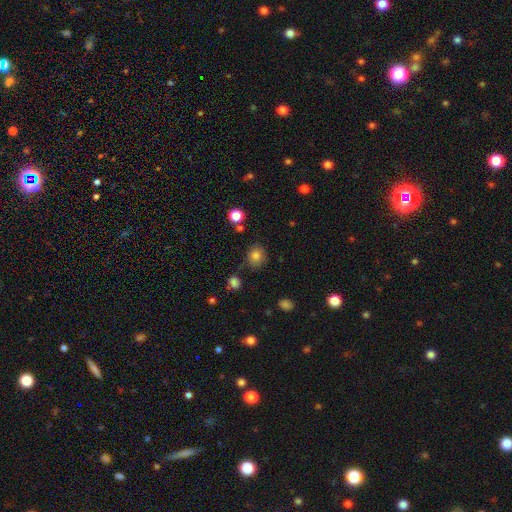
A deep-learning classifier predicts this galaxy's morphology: Smooth or featured? smooth (80%)
How rounded? round (78%)
Merging? none (79%)